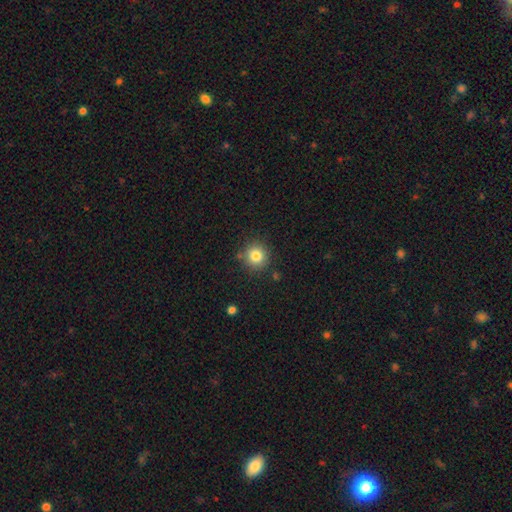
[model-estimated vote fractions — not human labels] Smooth or featured?
  - smooth: 82% *
  - star or artifact: 11%
  - featured or disk: 6%
How rounded?
  - round: 93% *
  - in between: 6%
  - cigar-shaped: 1%
Merging?
  - none: 85% *
  - minor disturbance: 9%
  - merger: 3%
  - major disturbance: 3%